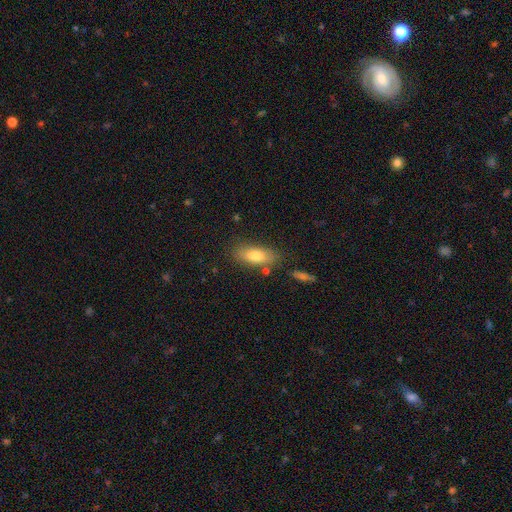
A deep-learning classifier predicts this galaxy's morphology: smooth-or-featured: smooth: 74% | featured or disk: 18% | star or artifact: 8%
  how-rounded: in between: 76% | cigar-shaped: 21% | round: 3%
  merging: none: 78% | minor disturbance: 14% | merger: 5% | major disturbance: 3%